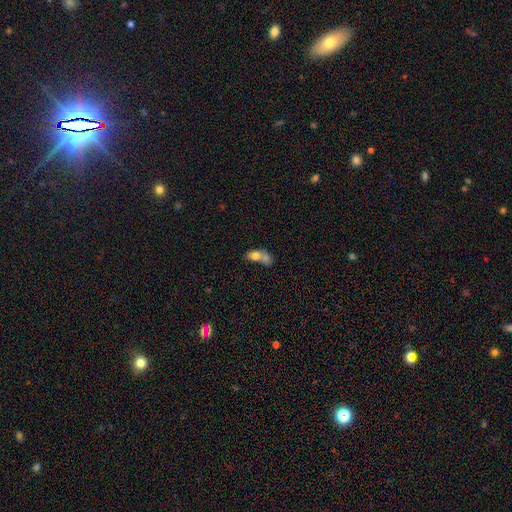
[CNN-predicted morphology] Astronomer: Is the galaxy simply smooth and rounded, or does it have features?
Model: smooth — 70%.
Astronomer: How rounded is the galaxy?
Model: in between — 69%.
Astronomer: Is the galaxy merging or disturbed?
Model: merger — 69%.